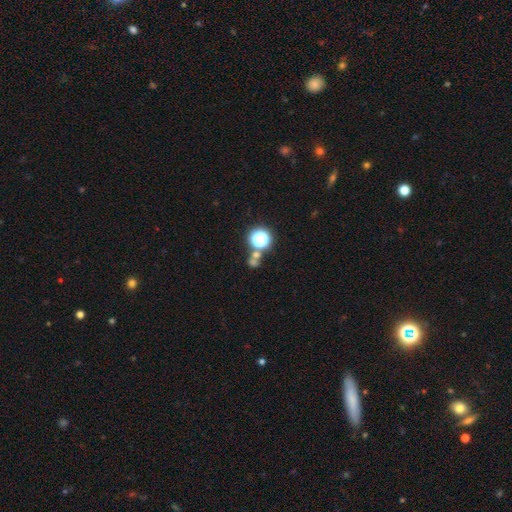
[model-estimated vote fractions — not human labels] Smooth or featured: smooth — 49% (star or artifact — 41%)
Merging: none — 51% (merger — 34%)